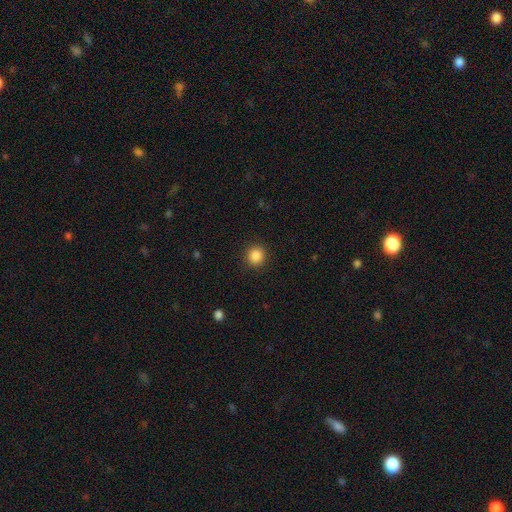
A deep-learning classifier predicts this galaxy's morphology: smooth-or-featured: smooth: 87% | star or artifact: 10% | featured or disk: 3%
  how-rounded: round: 92% | in between: 7% | cigar-shaped: 1%
  merging: none: 91% | minor disturbance: 6% | major disturbance: 2% | merger: 1%